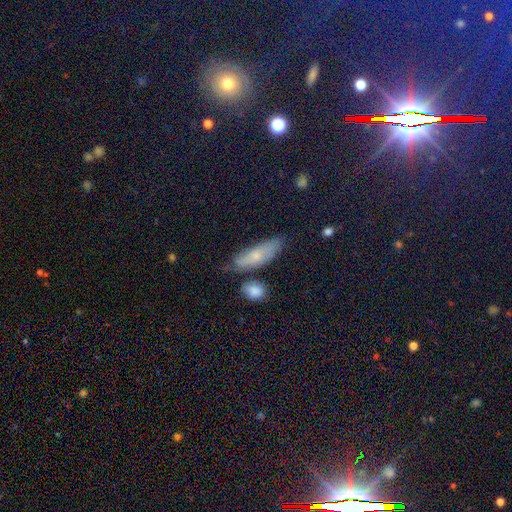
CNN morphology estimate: Smooth or featured? Predicted: smooth (p=0.56). How rounded? Predicted: in between (p=0.53). Merging? Predicted: none (p=0.67).